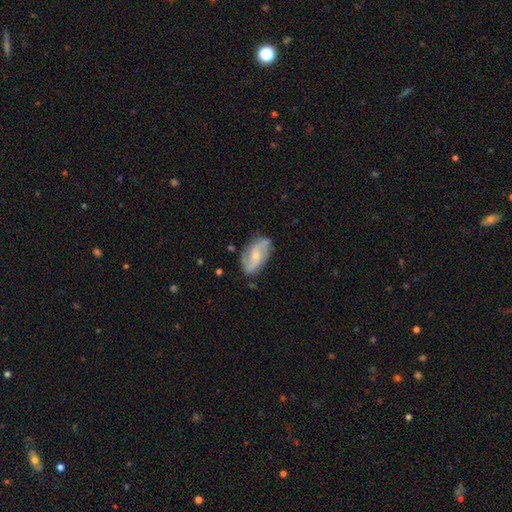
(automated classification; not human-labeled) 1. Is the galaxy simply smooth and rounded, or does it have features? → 75% featured or disk, 19% smooth, 6% star or artifact.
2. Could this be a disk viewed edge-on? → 95% no, 5% yes.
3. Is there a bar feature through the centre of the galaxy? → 51% no, 38% weak, 11% strong.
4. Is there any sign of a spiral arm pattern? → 93% yes, 7% no.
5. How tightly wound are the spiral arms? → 44% loose, 39% medium, 17% tight.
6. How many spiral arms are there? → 84% 2, 7% can't tell, 4% 3, 2% 1, 1% 4, 1% more than 4.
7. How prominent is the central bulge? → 57% small, 37% moderate, 4% none, 2% large, 1% dominant.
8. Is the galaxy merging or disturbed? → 74% none, 18% minor disturbance, 5% major disturbance, 3% merger.